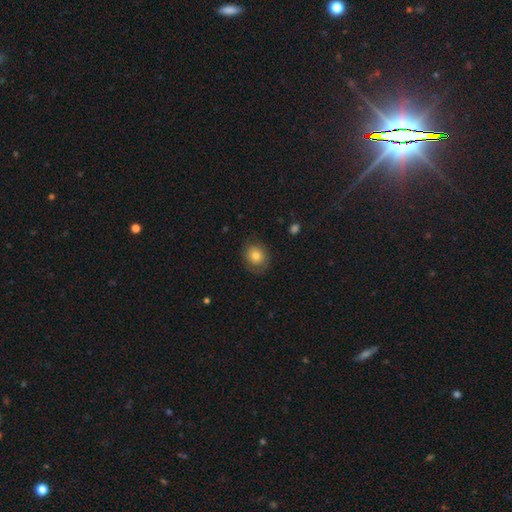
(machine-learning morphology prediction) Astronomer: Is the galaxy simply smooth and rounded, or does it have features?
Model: smooth — 77%.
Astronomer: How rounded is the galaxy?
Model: round — 66%.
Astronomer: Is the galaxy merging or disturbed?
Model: none — 77%.